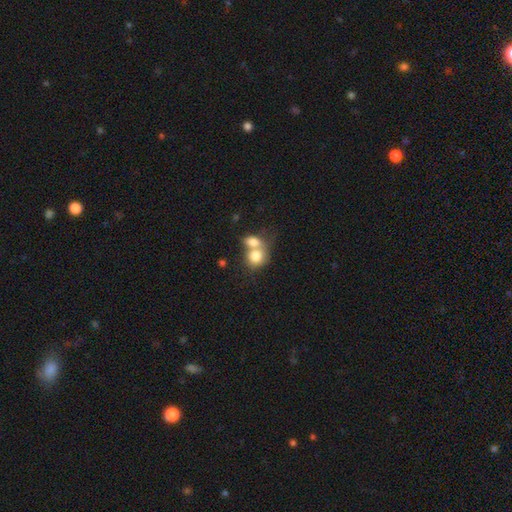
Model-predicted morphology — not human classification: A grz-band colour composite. It shows a smooth galaxy with no disk features (77%) that is round (63%). Merging: merger (66%).